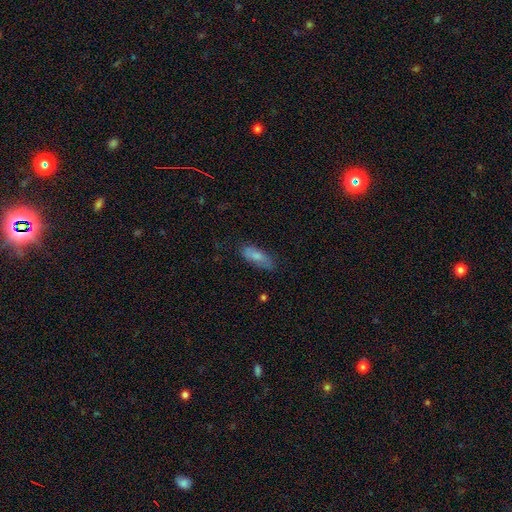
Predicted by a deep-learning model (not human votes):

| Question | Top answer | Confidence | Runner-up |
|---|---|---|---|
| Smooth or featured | smooth | 73% | featured or disk (20%) |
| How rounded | in between | 69% | cigar-shaped (28%) |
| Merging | none | 70% | minor disturbance (22%) |